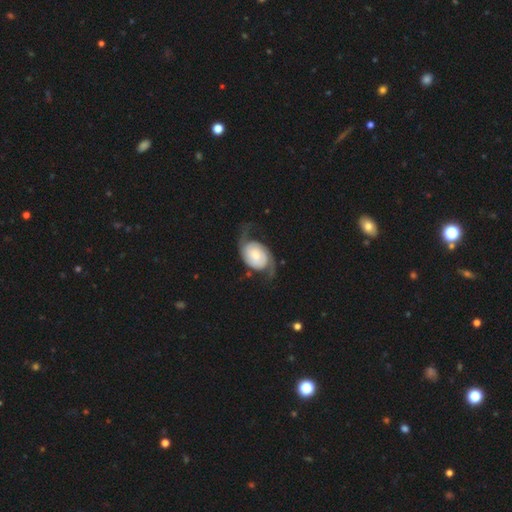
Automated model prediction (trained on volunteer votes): smooth-or-featured: featured or disk: 79% | smooth: 16% | star or artifact: 5%
  disk-edge-on: no: 96% | yes: 4%
    bar: no: 69% | weak: 25% | strong: 6%
    has-spiral-arms: yes: 94% | no: 6%
      spiral-winding: loose: 48% | medium: 32% | tight: 20%
      spiral-arm-count: 2: 90% | can't tell: 4% | 1: 3% | 3: 2% | 4: 1% | more than 4: 1%
    bulge-size: small: 38% | moderate: 32% | large: 15% | none: 7% | dominant: 7%
  merging: none: 58% | minor disturbance: 21% | major disturbance: 19% | merger: 2%